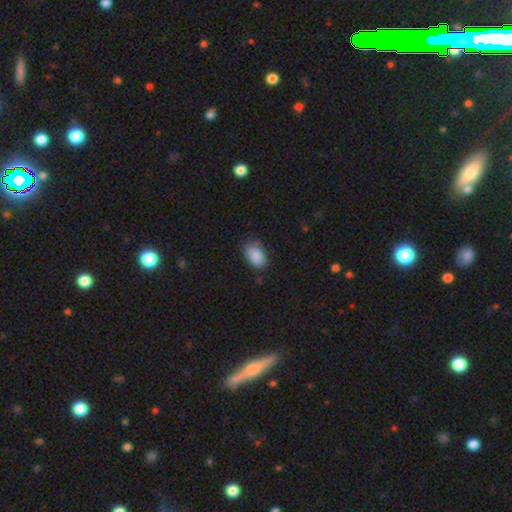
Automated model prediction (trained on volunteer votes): The model was most divided on "merging": none: 72%, minor disturbance: 22%, major disturbance: 4%, merger: 2%. More confident: how rounded — in between (90%); smooth or featured — smooth (88%).